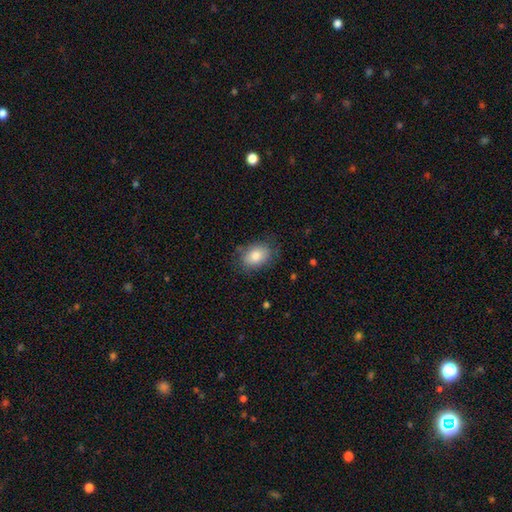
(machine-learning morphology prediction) Q: Smooth or featured?
A: smooth (80%); runner-up: featured or disk (12%)
Q: How rounded?
A: in between (77%); runner-up: round (22%)
Q: Merging?
A: none (74%); runner-up: minor disturbance (19%)